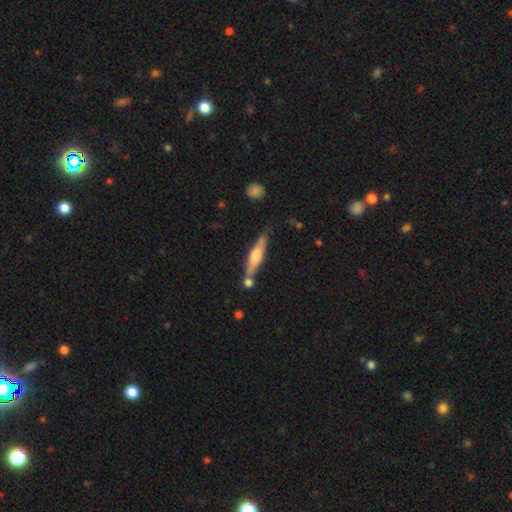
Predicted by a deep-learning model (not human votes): Q: Smooth or featured?
A: featured or disk (58%); runner-up: smooth (36%)
Q: Edge-on disk?
A: yes (94%); runner-up: no (6%)
Q: Edge-on bulge?
A: rounded (68%); runner-up: boxy (23%)
Q: Merging?
A: none (70%); runner-up: minor disturbance (15%)